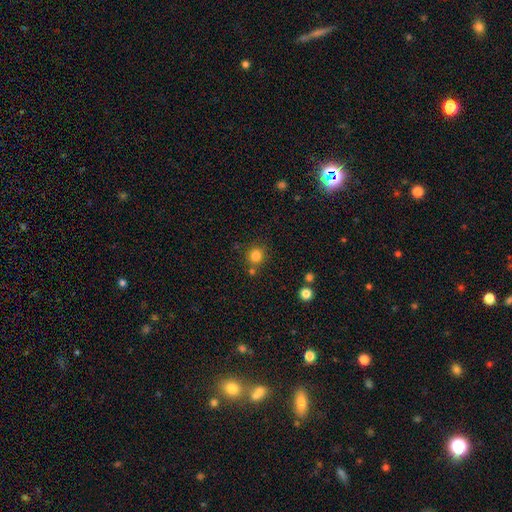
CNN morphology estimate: Smooth or featured?
  - smooth: 81% *
  - star or artifact: 13%
  - featured or disk: 6%
How rounded?
  - round: 91% *
  - in between: 8%
  - cigar-shaped: 1%
Merging?
  - none: 78% *
  - merger: 10%
  - minor disturbance: 9%
  - major disturbance: 3%